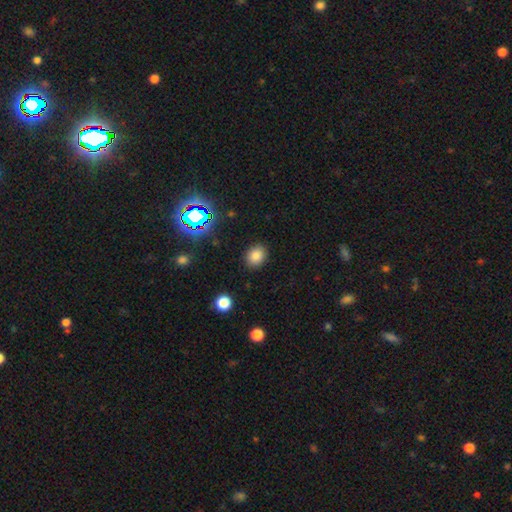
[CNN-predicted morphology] Smooth or featured: smooth — 80% (star or artifact — 14%)
How rounded: round — 51% (in between — 48%)
Merging: none — 87% (minor disturbance — 8%)